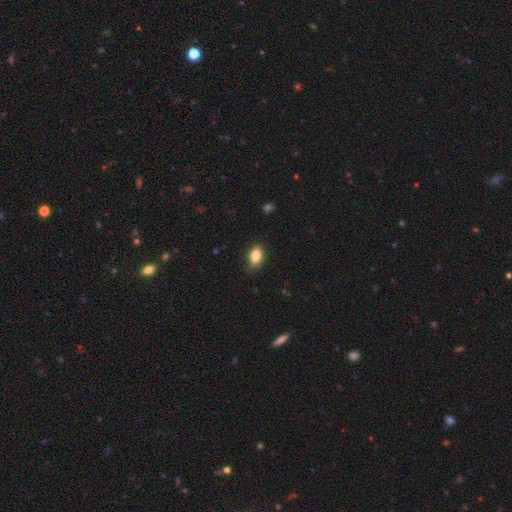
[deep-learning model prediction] Smooth or featured? Predicted: smooth (p=0.84). How rounded? Predicted: in between (p=0.85). Merging? Predicted: none (p=0.78).